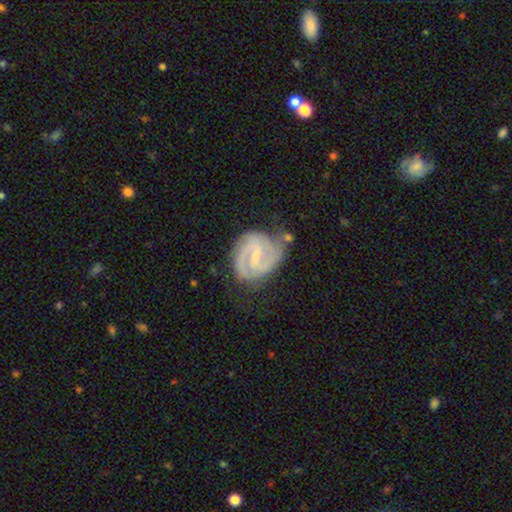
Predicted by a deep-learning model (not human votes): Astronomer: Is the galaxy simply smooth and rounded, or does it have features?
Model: featured or disk — 86%.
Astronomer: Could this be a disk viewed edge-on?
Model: no — 98%.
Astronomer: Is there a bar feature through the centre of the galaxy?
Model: weak — 57%.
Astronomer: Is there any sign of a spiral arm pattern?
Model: yes — 96%.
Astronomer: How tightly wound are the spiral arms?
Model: medium — 46% (runner-up: tight, 43%).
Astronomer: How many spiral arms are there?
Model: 2 — 74%.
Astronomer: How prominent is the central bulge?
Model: small — 66%.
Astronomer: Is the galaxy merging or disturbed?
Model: none — 57%.